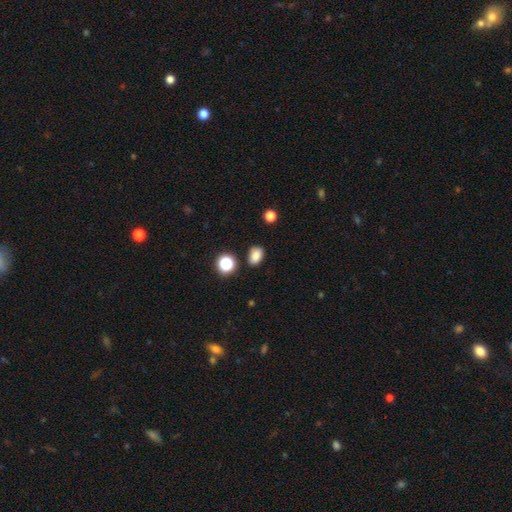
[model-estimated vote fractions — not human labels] Smooth or featured?
  - smooth: 83% *
  - star or artifact: 12%
  - featured or disk: 5%
How rounded?
  - in between: 76% *
  - round: 23%
  - cigar-shaped: 1%
Merging?
  - none: 83% *
  - minor disturbance: 11%
  - merger: 3%
  - major disturbance: 3%